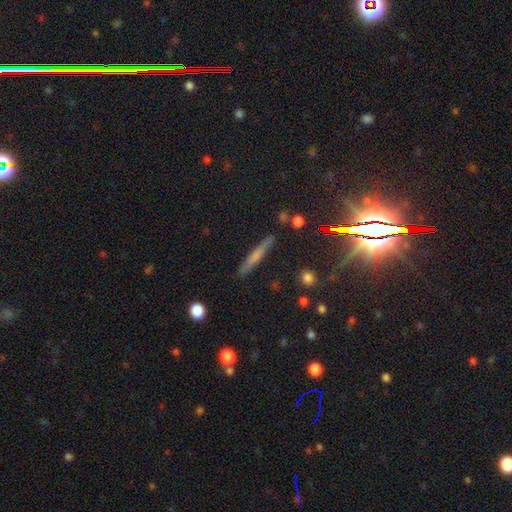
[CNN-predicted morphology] This appears to be a smooth galaxy with no disk features (52%) that is cigar-shaped (92%). Merging: none (87%).